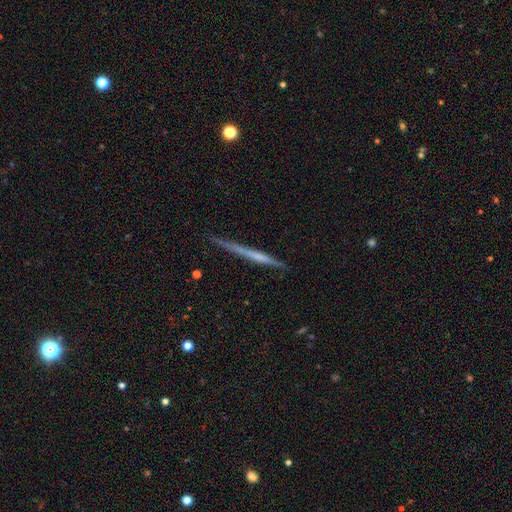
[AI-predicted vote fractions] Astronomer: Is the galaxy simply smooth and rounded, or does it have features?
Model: featured or disk — 57% (runner-up: smooth, 37%).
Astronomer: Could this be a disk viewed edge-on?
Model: yes — 97%.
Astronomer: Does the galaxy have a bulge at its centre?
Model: none — 81%.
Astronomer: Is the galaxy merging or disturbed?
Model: none — 84%.